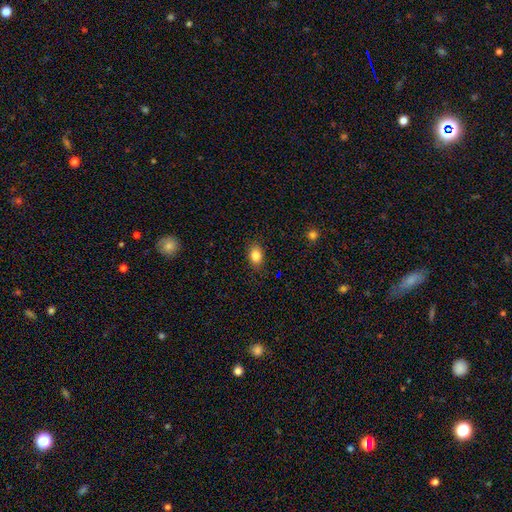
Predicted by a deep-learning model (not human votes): Smooth or featured?
  - smooth: 85% *
  - star or artifact: 9%
  - featured or disk: 6%
How rounded?
  - in between: 75% *
  - round: 24%
  - cigar-shaped: 1%
Merging?
  - none: 85% *
  - minor disturbance: 11%
  - major disturbance: 3%
  - merger: 1%